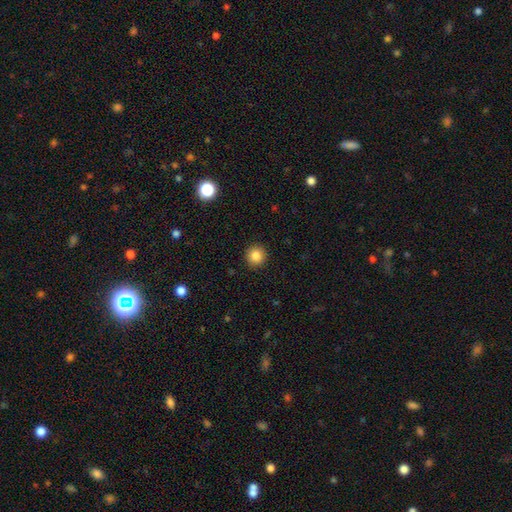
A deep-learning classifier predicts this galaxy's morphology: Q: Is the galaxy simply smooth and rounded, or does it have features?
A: smooth — 85%.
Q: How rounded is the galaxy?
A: round — 94%.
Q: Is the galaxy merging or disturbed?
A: none — 92%.